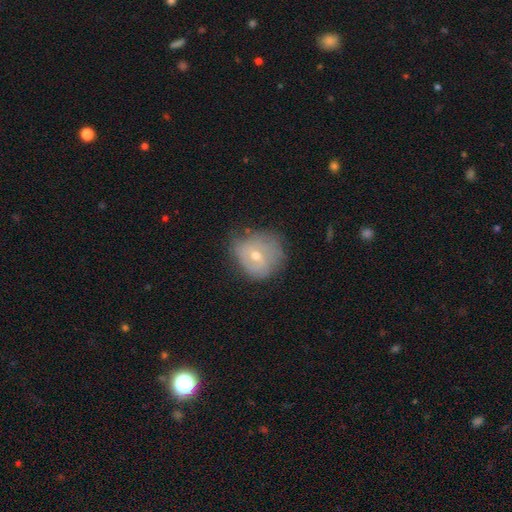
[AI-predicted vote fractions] Smooth or featured: smooth — 45% (tied with featured or disk — 45%)
Merging: none — 55% (minor disturbance — 31%)